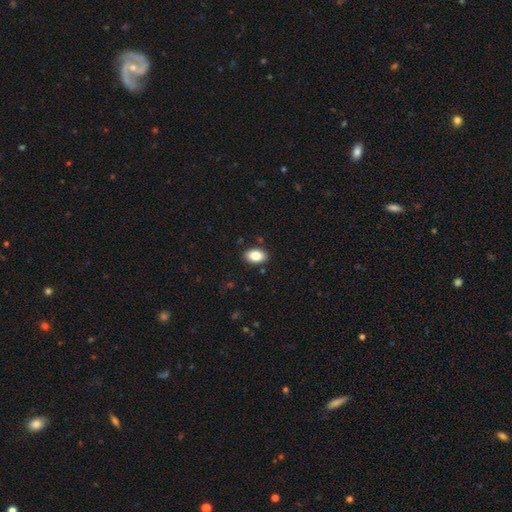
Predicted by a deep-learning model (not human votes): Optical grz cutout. It shows a smooth galaxy with no disk features (83%) that is in between round and cigar-shaped (90%). Merging: none (89%).